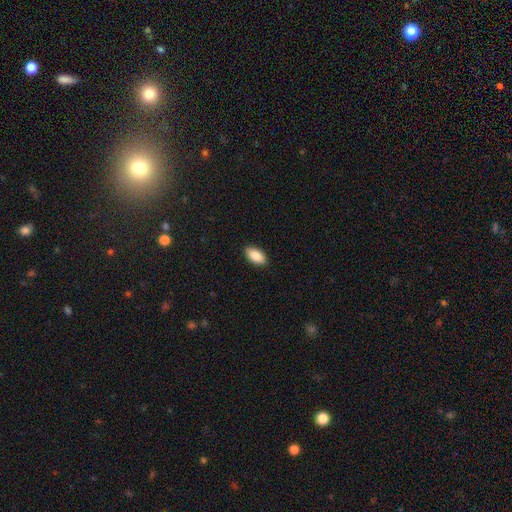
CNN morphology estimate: This appears to be a smooth galaxy with no disk features (86%) that is in between round and cigar-shaped (92%). Merging: none (89%).